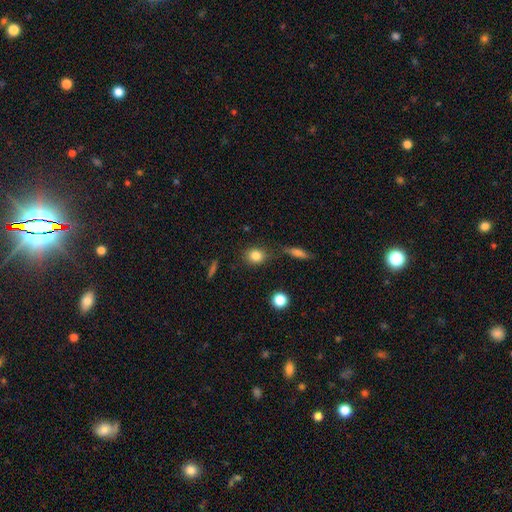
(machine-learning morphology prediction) A smooth galaxy with no disk features (83%) that is round (69%).

Vote fractions:
- Smooth or featured? smooth: 83% / star or artifact: 10% / featured or disk: 7%
- How rounded? round: 69% / in between: 29% / cigar-shaped: 2%
- Merging? none: 77% / minor disturbance: 12% / merger: 7% / major disturbance: 4%